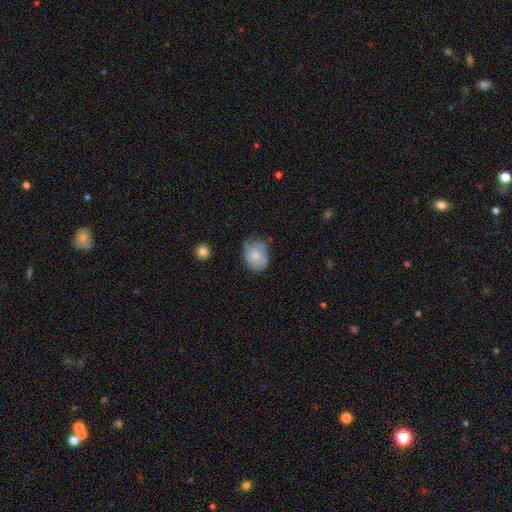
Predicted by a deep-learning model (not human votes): Overall: smooth (68%). How rounded: in between (51%; round 48%). Merging: none (51%; minor disturbance 34%).